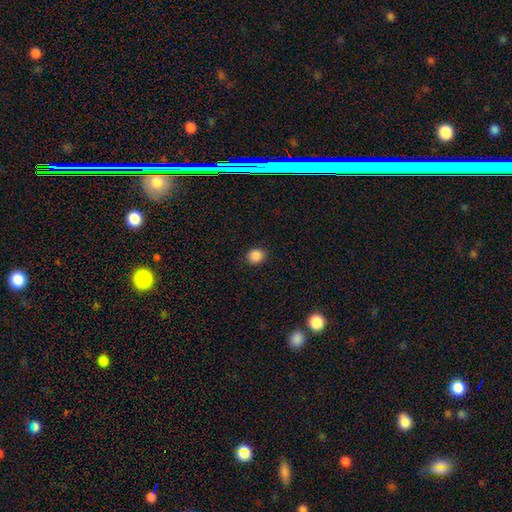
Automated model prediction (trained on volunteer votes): smooth_or_featured: smooth (p=0.87) [alt: star or artifact p=0.10]
how_rounded: round (p=0.79) [alt: in between p=0.20]
merging: none (p=0.90) [alt: minor disturbance p=0.07]